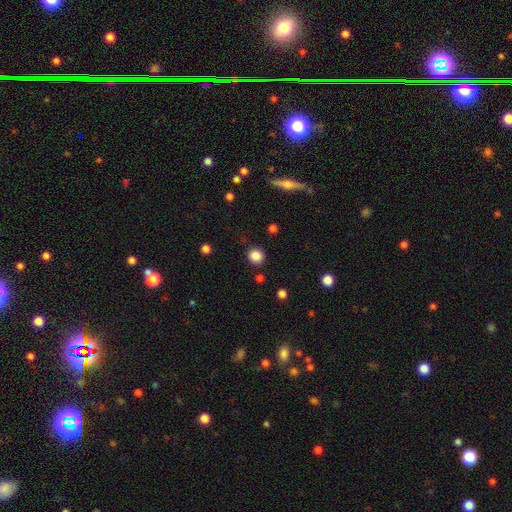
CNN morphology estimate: A smooth galaxy with no disk features (86%) that is round (90%). Merging: none (89%).